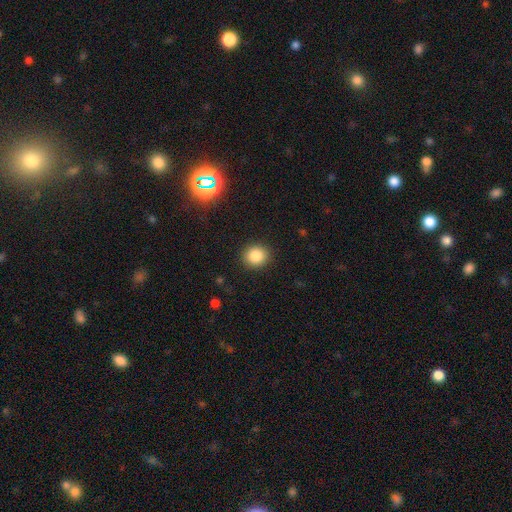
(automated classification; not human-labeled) Smooth or featured: smooth — 85% (star or artifact — 11%)
How rounded: round — 83% (in between — 16%)
Merging: none — 90% (minor disturbance — 6%)